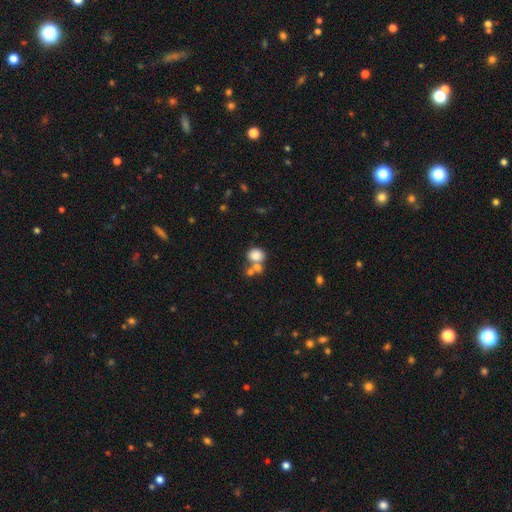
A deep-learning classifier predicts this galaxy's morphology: smooth-or-featured: smooth: 80% | star or artifact: 10% | featured or disk: 9%
  how-rounded: round: 69% | in between: 30% | cigar-shaped: 1%
  merging: merger: 43% | none: 42% | minor disturbance: 9% | major disturbance: 5%